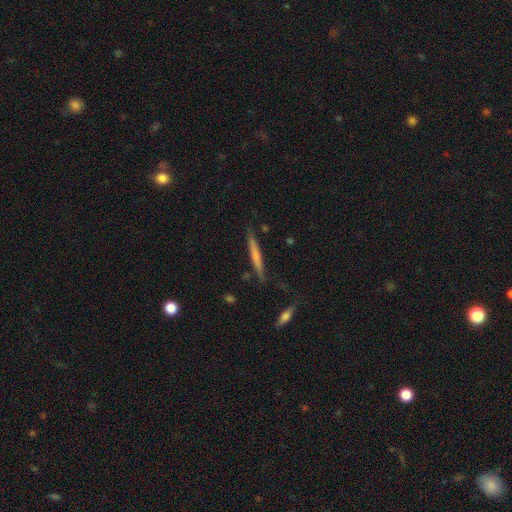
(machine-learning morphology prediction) Smooth or featured? smooth (55%)
How rounded? cigar-shaped (95%)
Merging? none (83%)